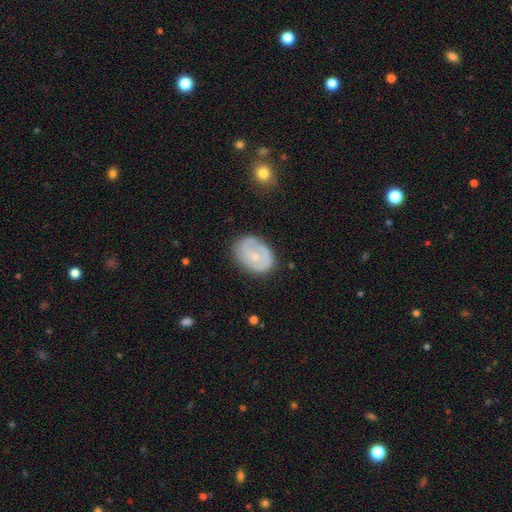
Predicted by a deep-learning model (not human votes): A featured or disk galaxy (49%). Merging: none (73%).